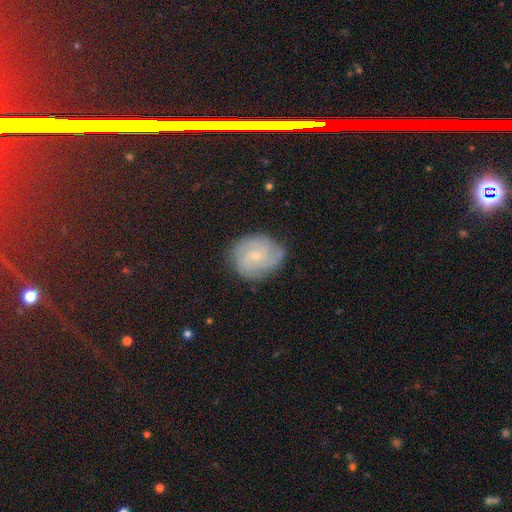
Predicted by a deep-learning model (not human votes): Overall: featured or disk (72%). Edge-on disk: no (98%). Bar: no (64%; weak 32%). Spiral arms: yes (94%). Spiral arm count: 3 (29%; 2 26%). Spiral winding: tight (57%; medium 35%). Bulge size: small (77%). Merging: none (77%).